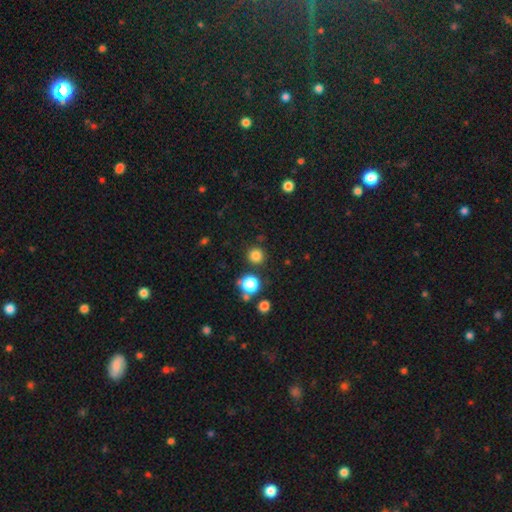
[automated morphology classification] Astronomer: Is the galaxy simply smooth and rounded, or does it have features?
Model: smooth — 81%.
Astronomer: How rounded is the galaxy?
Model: round — 93%.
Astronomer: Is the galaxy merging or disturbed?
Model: none — 86%.